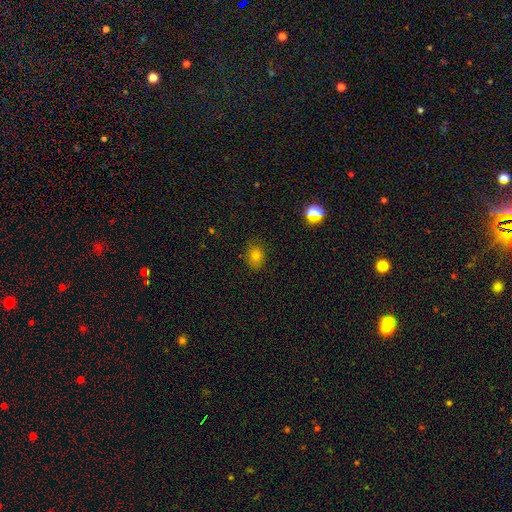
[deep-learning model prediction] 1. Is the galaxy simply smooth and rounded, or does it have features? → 76% smooth, 15% star or artifact, 8% featured or disk.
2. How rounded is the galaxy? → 56% in between, 43% round, 1% cigar-shaped.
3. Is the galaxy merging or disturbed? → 82% none, 14% minor disturbance, 3% major disturbance, 1% merger.